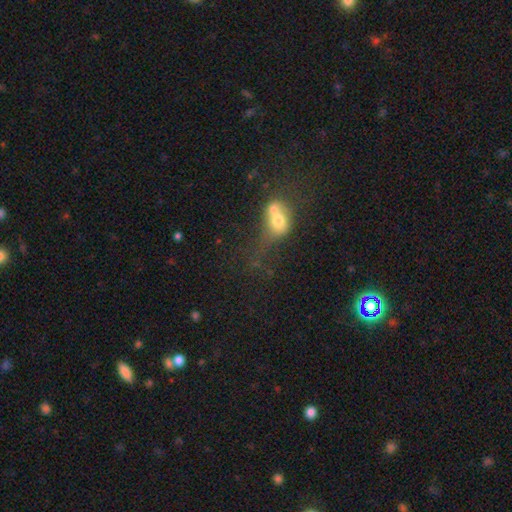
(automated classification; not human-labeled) Smooth or featured? smooth (48%)
Merging? merger (46%)